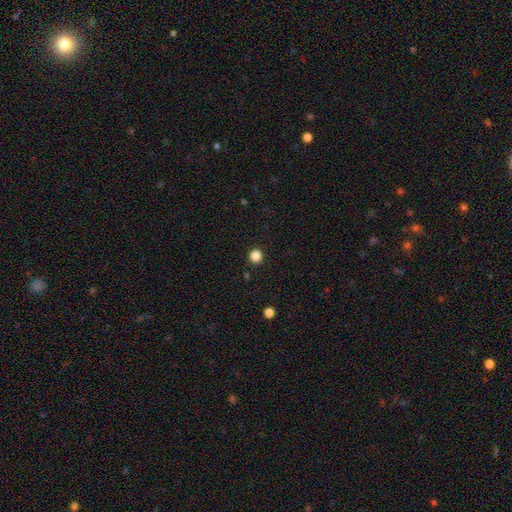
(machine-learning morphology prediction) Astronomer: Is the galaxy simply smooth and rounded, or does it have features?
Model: smooth — 85%.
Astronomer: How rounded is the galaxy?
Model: round — 93%.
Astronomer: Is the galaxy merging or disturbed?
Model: none — 93%.